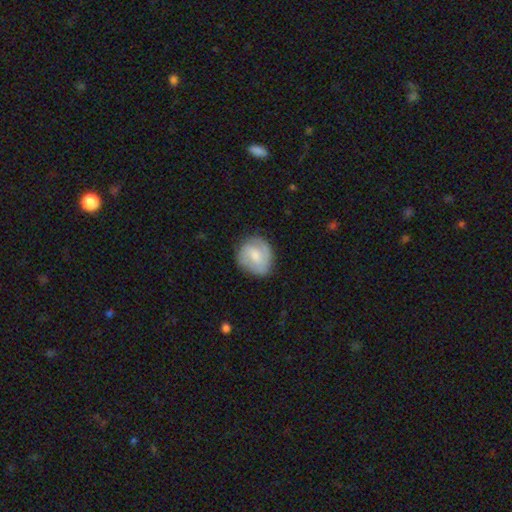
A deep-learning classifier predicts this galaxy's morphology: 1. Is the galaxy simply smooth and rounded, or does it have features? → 50% smooth, 44% featured or disk, 6% star or artifact.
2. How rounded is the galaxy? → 75% round, 24% in between, 1% cigar-shaped.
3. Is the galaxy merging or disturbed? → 73% none, 19% minor disturbance, 6% major disturbance, 1% merger.